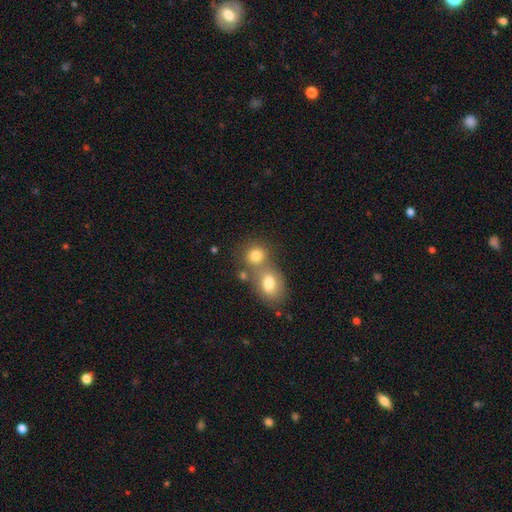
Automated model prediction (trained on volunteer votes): smooth 78%, star or artifact 11%, featured or disk 11%. Down the decision tree: how rounded — round (72%); merging — merger (47%).